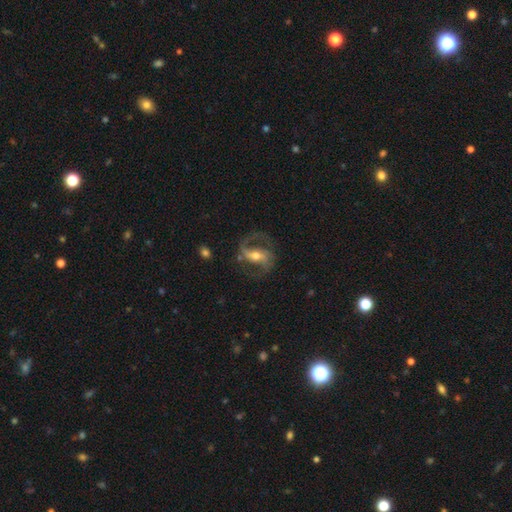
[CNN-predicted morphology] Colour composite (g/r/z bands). It shows a featured or disk galaxy (88%) with a strong bar (48%), 2 (90%) medium (53%) spiral arms (95%) and a moderate central bulge (62%). Merging: none (73%).